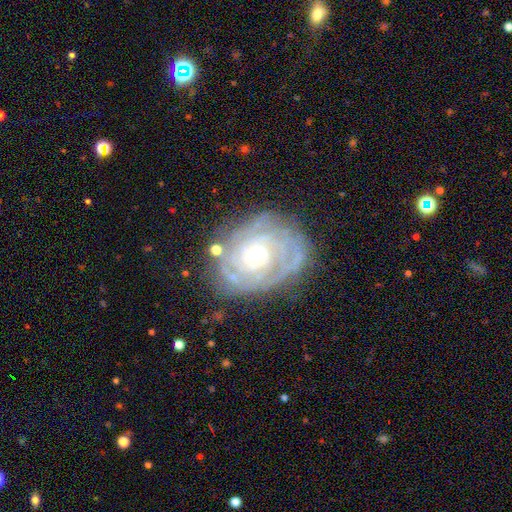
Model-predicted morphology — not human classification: type=featured or disk (85%); edge-on=no (97%); bar=no (77%); spiral arms=yes (95%); winding=tight (80%); arm count=can't tell (35%); bulge=small (48%, tied with moderate); merging=none (76%).